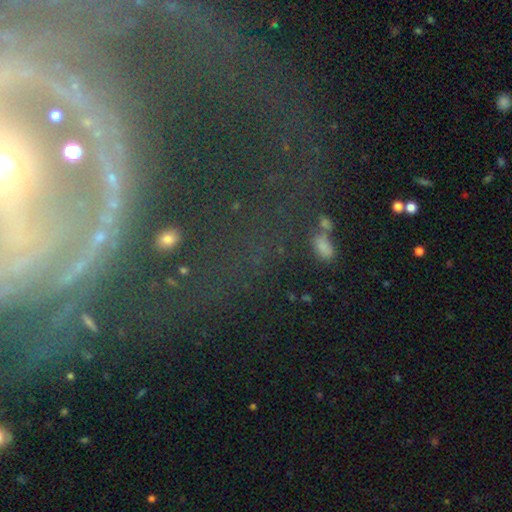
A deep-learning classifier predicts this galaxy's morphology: Overall: featured or disk (71%). Edge-on disk: no (93%). Bar: no (37%; strong 33%). Spiral arms: yes (83%). Spiral arm count: 2 (51%; can't tell 16%). Spiral winding: tight (38%; medium 35%). Bulge size: small (50%; moderate 36%). Merging: none (54%; major disturbance 23%).